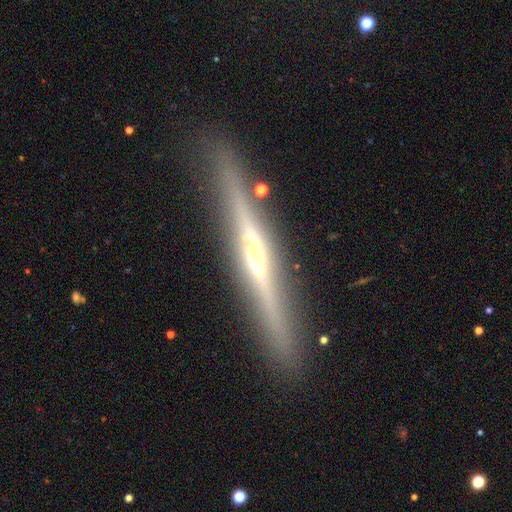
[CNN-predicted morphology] Smooth or featured?
  - featured or disk: 80% *
  - smooth: 14%
  - star or artifact: 7%
Edge-on disk?
  - yes: 97% *
  - no: 3%
Edge-on bulge?
  - rounded: 73% *
  - none: 18%
  - boxy: 9%
Merging?
  - none: 88% *
  - minor disturbance: 9%
  - major disturbance: 2%
  - merger: 2%